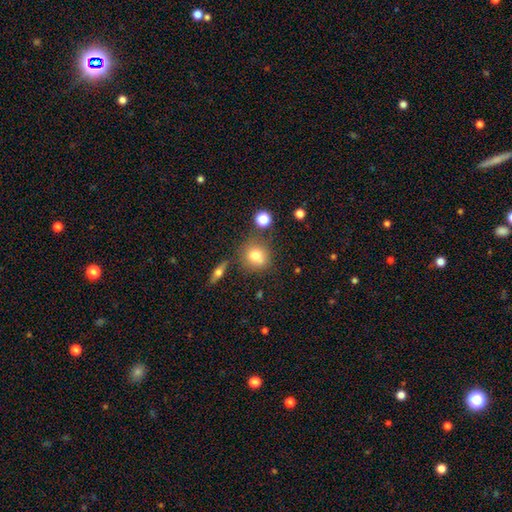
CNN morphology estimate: This is likely a smooth galaxy (75%). How rounded: clearly round (84%). Merging: likely none (69%).